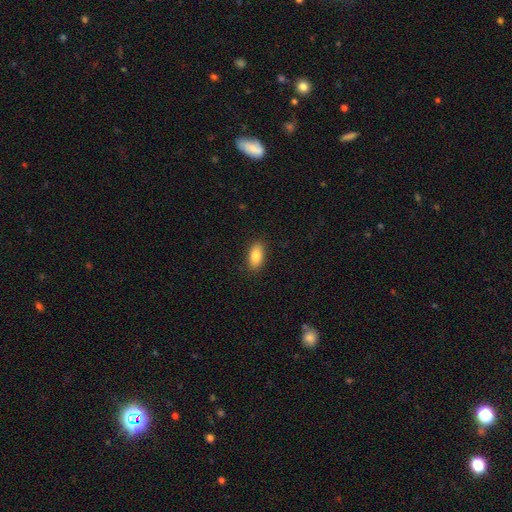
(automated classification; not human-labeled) Smooth or featured?
  - smooth: 86% *
  - featured or disk: 7%
  - star or artifact: 7%
How rounded?
  - in between: 91% *
  - cigar-shaped: 6%
  - round: 4%
Merging?
  - none: 87% *
  - minor disturbance: 9%
  - major disturbance: 2%
  - merger: 1%